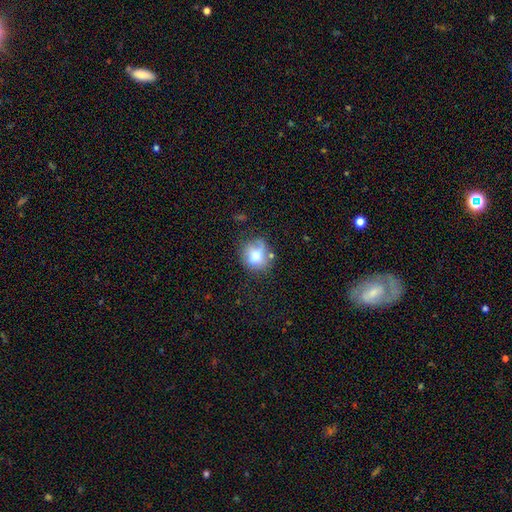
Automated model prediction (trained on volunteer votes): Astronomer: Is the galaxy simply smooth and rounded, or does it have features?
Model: smooth — 69%.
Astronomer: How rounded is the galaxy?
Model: round — 75%.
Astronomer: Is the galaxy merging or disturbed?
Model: none — 54%.